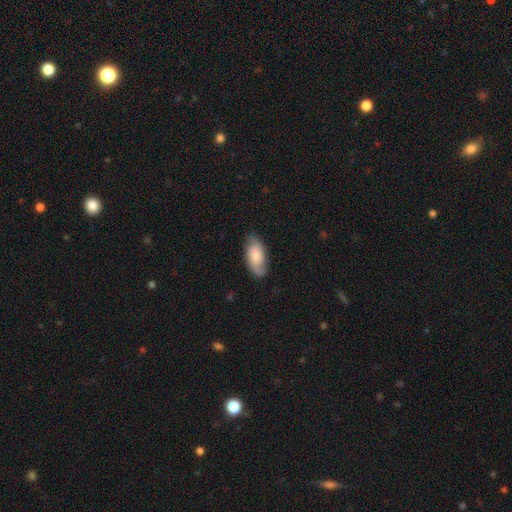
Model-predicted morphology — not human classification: smooth 67%, featured or disk 27%, star or artifact 7%. Down the decision tree: how rounded — in between (90%); merging — none (77%).